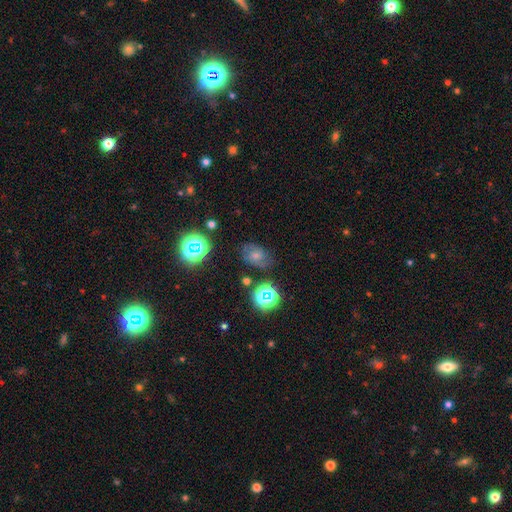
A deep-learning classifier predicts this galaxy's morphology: smooth-or-featured: smooth: 56% | star or artifact: 22% | featured or disk: 22%
  how-rounded: in between: 71% | round: 27% | cigar-shaped: 1%
  merging: none: 65% | minor disturbance: 23% | major disturbance: 9% | merger: 3%